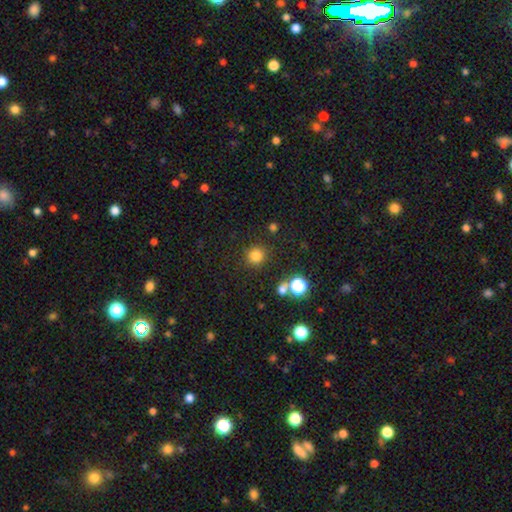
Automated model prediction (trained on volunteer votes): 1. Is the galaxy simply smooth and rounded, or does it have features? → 79% smooth, 16% star or artifact, 5% featured or disk.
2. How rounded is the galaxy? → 93% round, 6% in between, 1% cigar-shaped.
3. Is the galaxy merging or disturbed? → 86% none, 7% minor disturbance, 3% merger, 3% major disturbance.